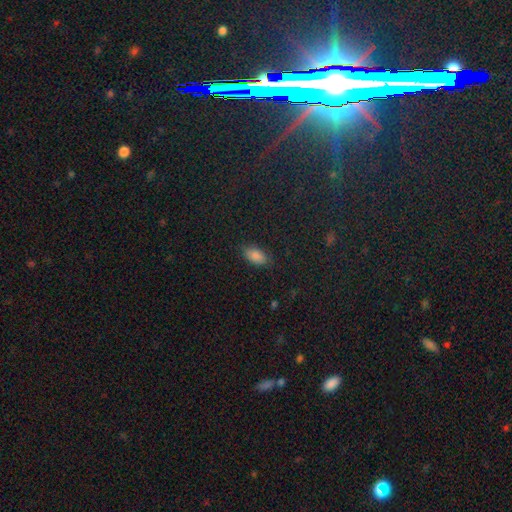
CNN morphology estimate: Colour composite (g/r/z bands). It shows a smooth galaxy with no disk features (85%) that is in between round and cigar-shaped (92%). Merging: none (82%).